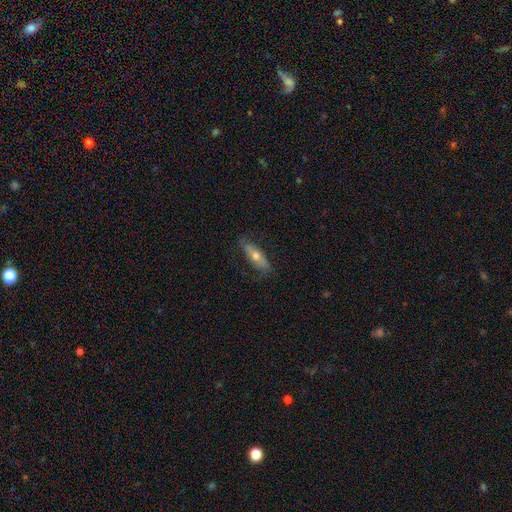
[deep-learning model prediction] smooth_or_featured: smooth (p=0.54) [alt: featured or disk p=0.40]
how_rounded: in between (p=0.53) [alt: cigar-shaped p=0.44]
merging: none (p=0.75) [alt: minor disturbance p=0.19]